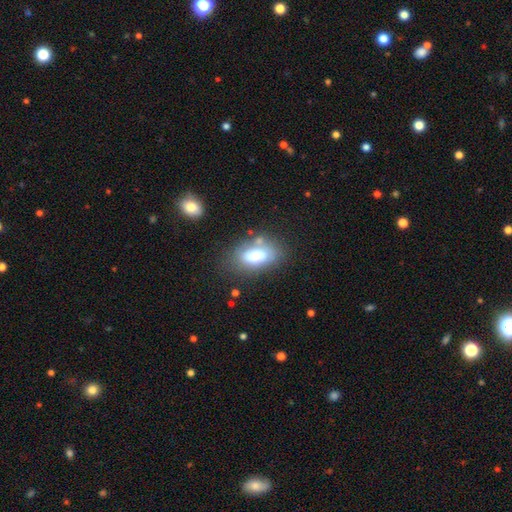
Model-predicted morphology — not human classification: The model was most divided on "merging": none: 58%, minor disturbance: 22%, merger: 11%, major disturbance: 9%. More confident: how rounded — in between (89%); smooth or featured — smooth (68%).